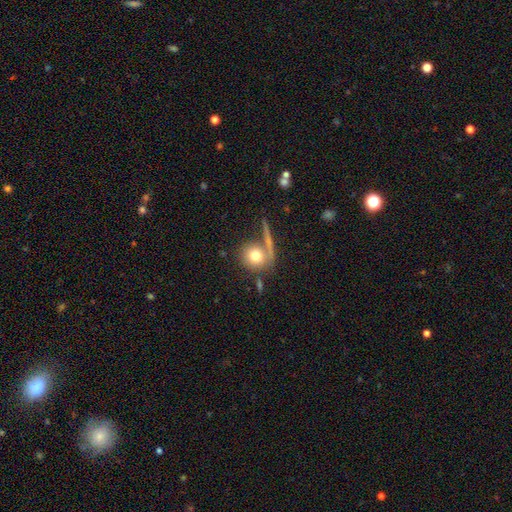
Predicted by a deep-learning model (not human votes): Smooth or featured? Predicted: smooth (p=0.74). How rounded? Predicted: round (p=0.87). Merging? Predicted: none (p=0.62).